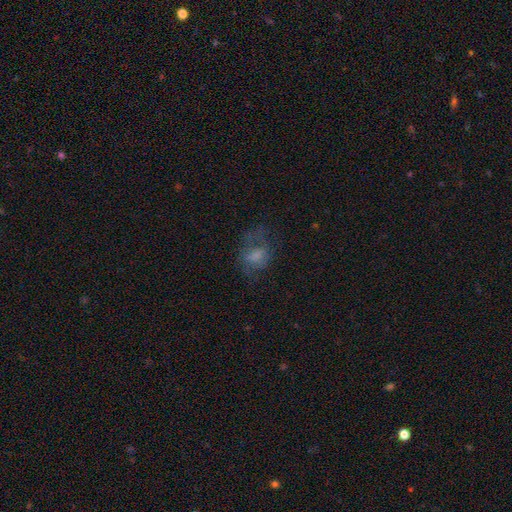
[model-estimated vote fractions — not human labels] Smooth or featured? smooth (48%)
Merging? none (48%)